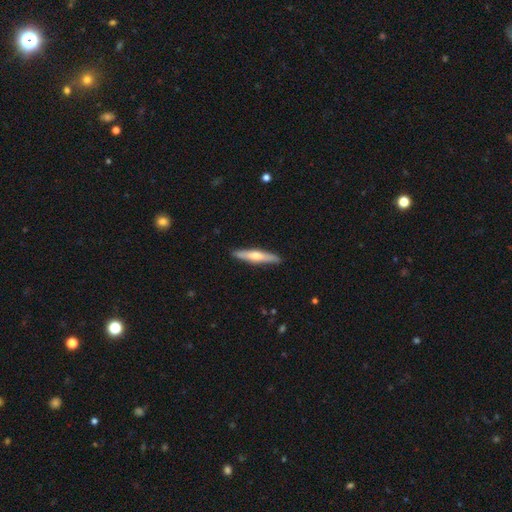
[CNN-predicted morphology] Smooth or featured: featured or disk — 50% (smooth — 45%)
Merging: none — 90% (minor disturbance — 8%)